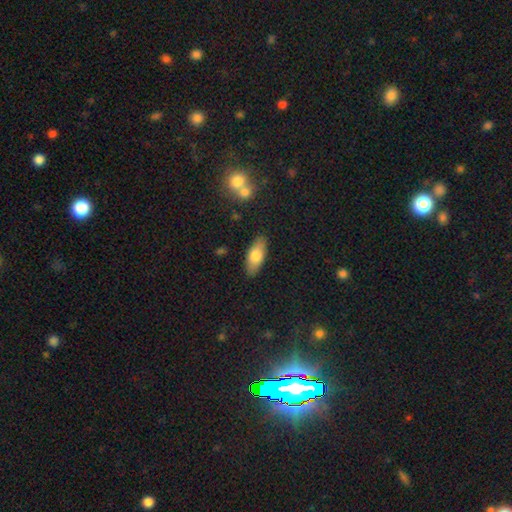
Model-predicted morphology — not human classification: Q: Smooth or featured?
A: smooth (75%); runner-up: featured or disk (18%)
Q: How rounded?
A: in between (80%); runner-up: cigar-shaped (17%)
Q: Merging?
A: none (87%); runner-up: minor disturbance (10%)